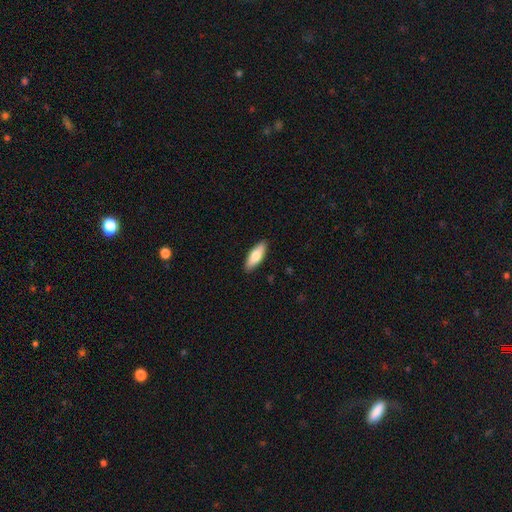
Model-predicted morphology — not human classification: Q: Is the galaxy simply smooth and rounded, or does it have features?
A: smooth — 75%.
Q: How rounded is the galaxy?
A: in between — 62%.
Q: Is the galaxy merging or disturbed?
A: none — 89%.